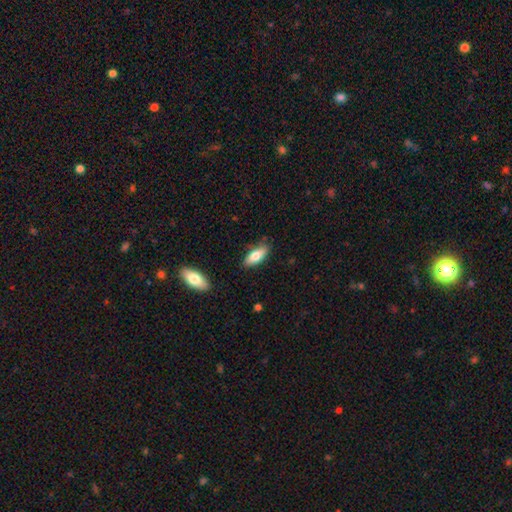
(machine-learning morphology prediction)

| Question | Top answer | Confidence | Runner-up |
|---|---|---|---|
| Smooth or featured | smooth | 75% | featured or disk (19%) |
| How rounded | in between | 75% | cigar-shaped (23%) |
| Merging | none | 82% | minor disturbance (13%) |